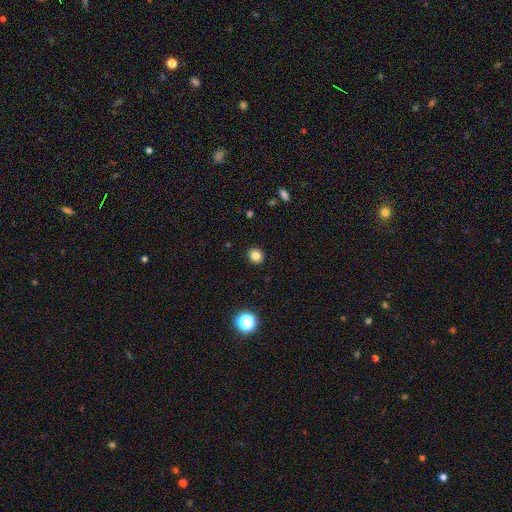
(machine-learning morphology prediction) Smooth or featured: smooth — 83% (star or artifact — 12%)
How rounded: round — 86% (in between — 13%)
Merging: none — 92% (minor disturbance — 5%)